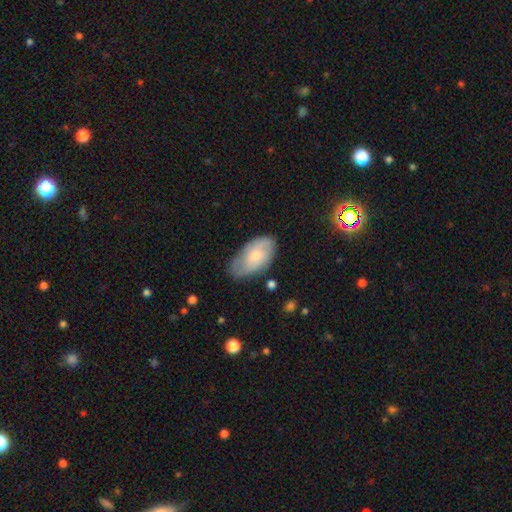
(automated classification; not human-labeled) A smooth galaxy with no disk features (56%) that is in between round and cigar-shaped (93%). Merging: none (68%).